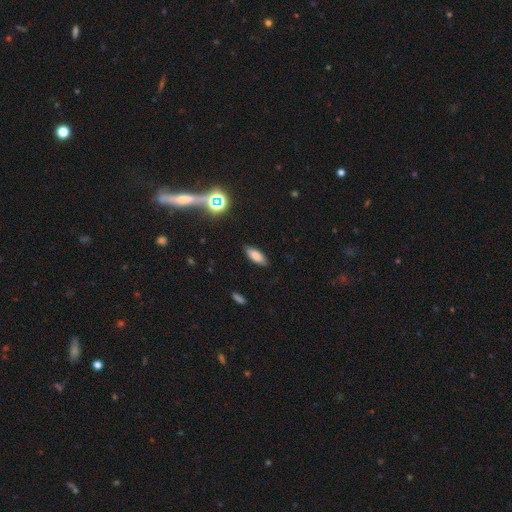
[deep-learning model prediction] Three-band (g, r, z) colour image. It shows a smooth galaxy with no disk features (78%) that is in between round and cigar-shaped (75%). Merging: none (86%).